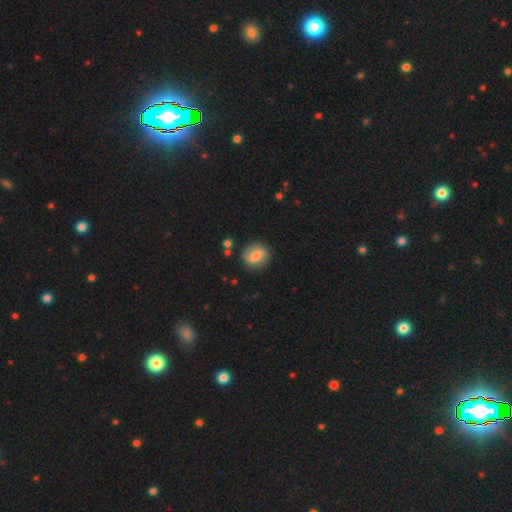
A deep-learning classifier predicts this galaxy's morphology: Smooth or featured?
  - smooth: 62% *
  - featured or disk: 31%
  - star or artifact: 7%
How rounded?
  - round: 60% *
  - in between: 37%
  - cigar-shaped: 2%
Merging?
  - none: 81% *
  - minor disturbance: 12%
  - major disturbance: 4%
  - merger: 2%